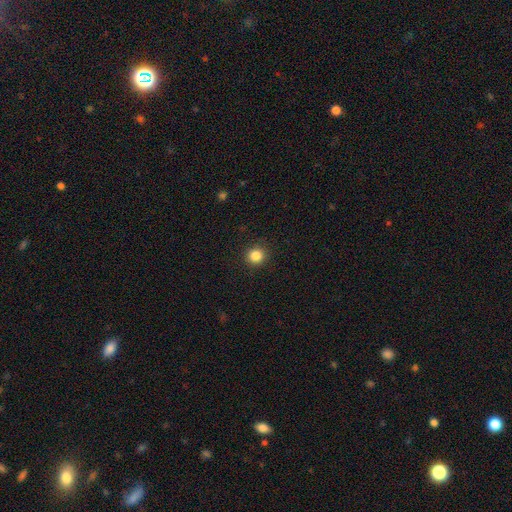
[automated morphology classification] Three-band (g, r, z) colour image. It shows a smooth galaxy with no disk features (85%) that is round (92%). Merging: none (91%).